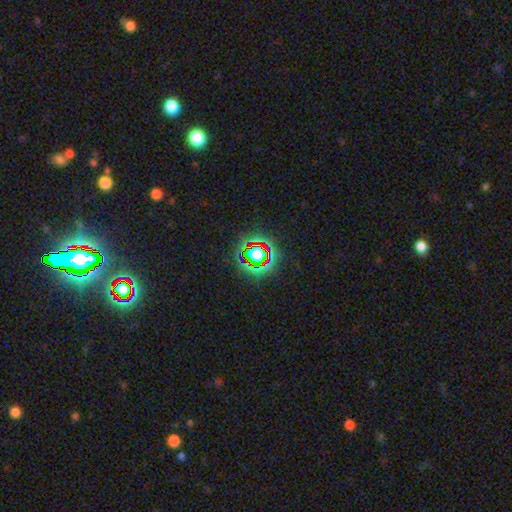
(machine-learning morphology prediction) type=star or artifact (66%).